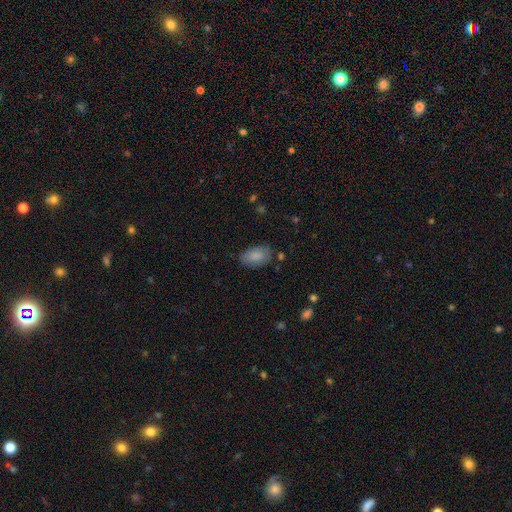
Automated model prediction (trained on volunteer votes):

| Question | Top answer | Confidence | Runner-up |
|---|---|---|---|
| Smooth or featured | smooth | 85% | featured or disk (8%) |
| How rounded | in between | 92% | round (6%) |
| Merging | none | 76% | minor disturbance (17%) |